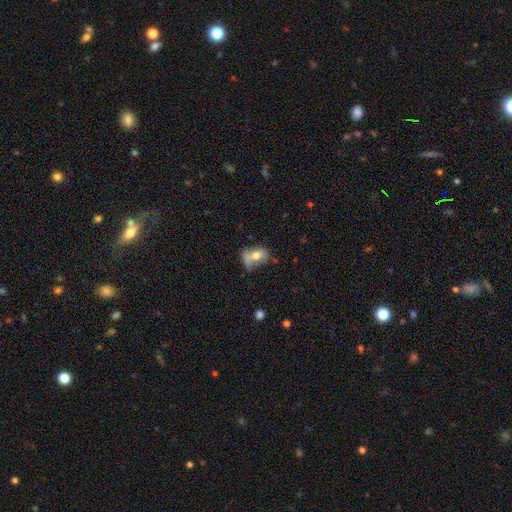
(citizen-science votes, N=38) Overall: smooth (74%). How rounded: in between (82%). Merging: none (46%; minor disturbance 37%).